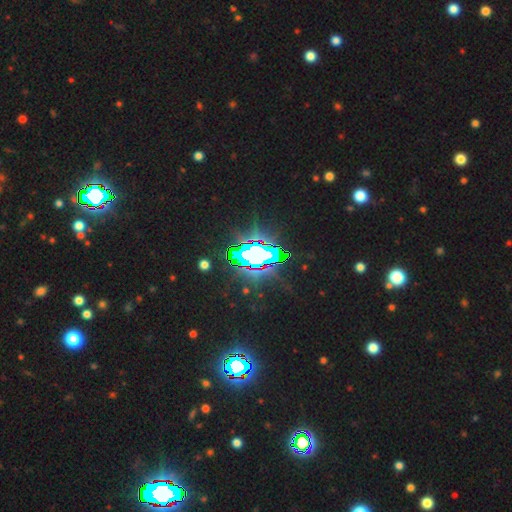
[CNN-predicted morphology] type=star or artifact (72%).